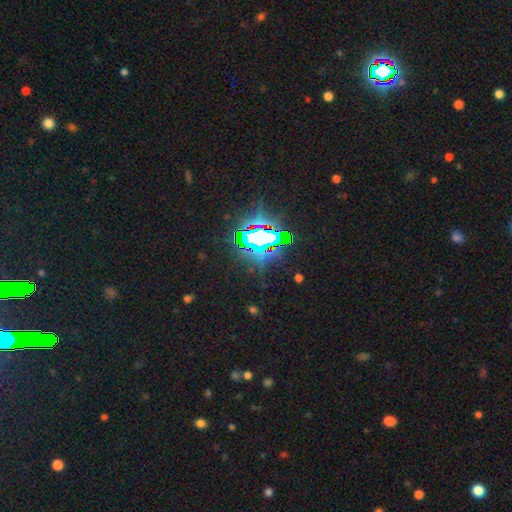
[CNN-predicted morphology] smooth-or-featured: star or artifact: 86% | smooth: 8% | featured or disk: 7%